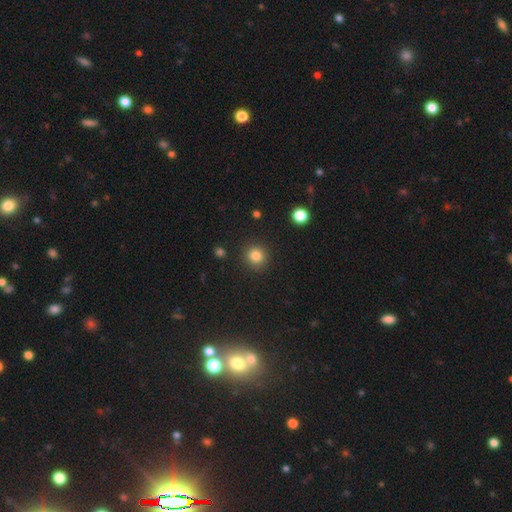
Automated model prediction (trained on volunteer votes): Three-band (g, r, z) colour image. It shows a smooth galaxy with no disk features (83%) that is round (93%). Merging: none (90%).